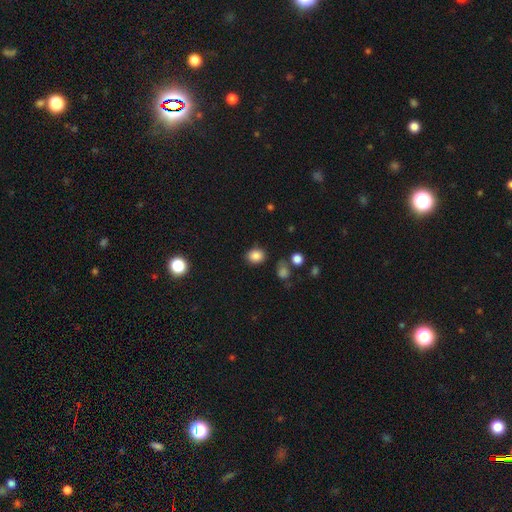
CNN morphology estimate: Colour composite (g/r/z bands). It shows a smooth galaxy with no disk features (84%) that is round (57%). Merging: none (80%).